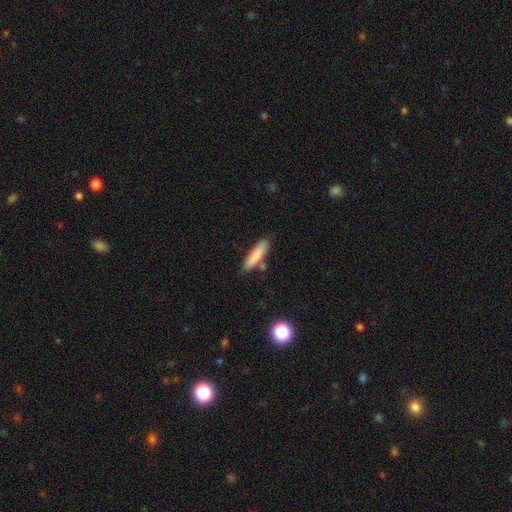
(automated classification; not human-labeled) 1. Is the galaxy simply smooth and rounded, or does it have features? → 84% smooth, 9% featured or disk, 7% star or artifact.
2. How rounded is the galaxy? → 76% cigar-shaped, 23% in between, 1% round.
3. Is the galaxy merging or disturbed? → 79% none, 13% minor disturbance, 5% merger, 3% major disturbance.